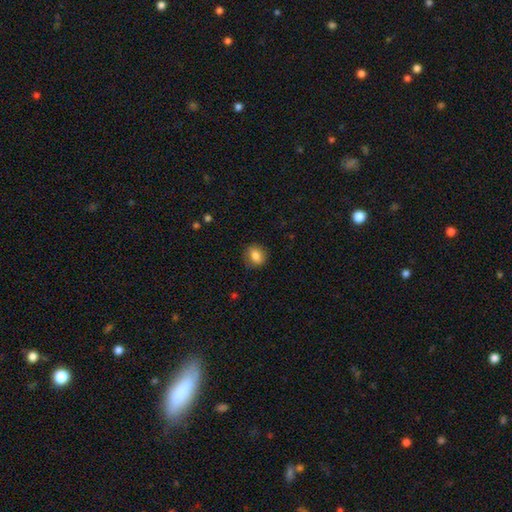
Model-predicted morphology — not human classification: Q: Smooth or featured?
A: smooth (82%); runner-up: featured or disk (9%)
Q: How rounded?
A: round (60%); runner-up: in between (39%)
Q: Merging?
A: none (85%); runner-up: minor disturbance (11%)